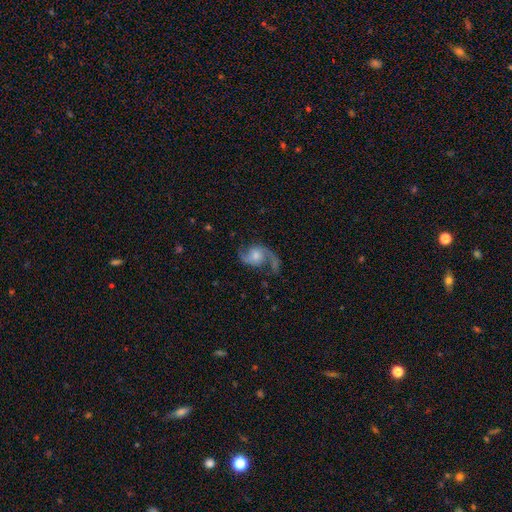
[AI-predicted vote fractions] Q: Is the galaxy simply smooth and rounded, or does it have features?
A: featured or disk — 88%.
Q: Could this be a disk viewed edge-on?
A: no — 98%.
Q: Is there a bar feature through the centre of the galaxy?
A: no — 65%.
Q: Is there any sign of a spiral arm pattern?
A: yes — 97%.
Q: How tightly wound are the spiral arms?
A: loose — 58%.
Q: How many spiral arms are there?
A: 2 — 92%.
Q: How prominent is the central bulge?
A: moderate — 46%.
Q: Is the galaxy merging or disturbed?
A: none — 70%.